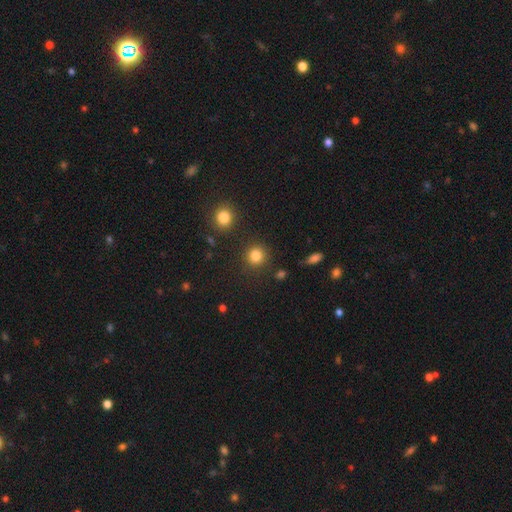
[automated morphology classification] This appears to be a smooth galaxy with no disk features (84%) that is round (90%). Merging: none (88%).